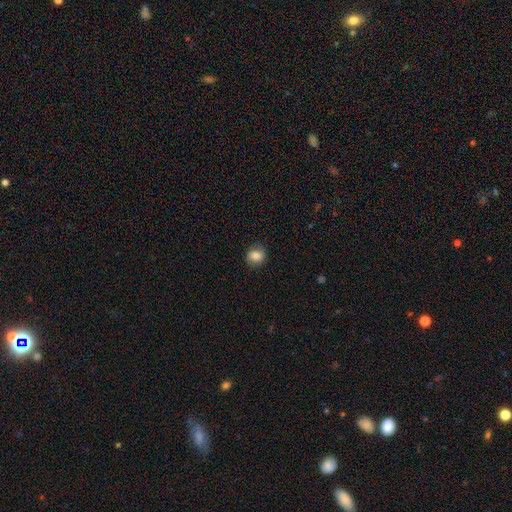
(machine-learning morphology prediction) type=smooth (79%); roundness=round (75%); merging=none (84%).